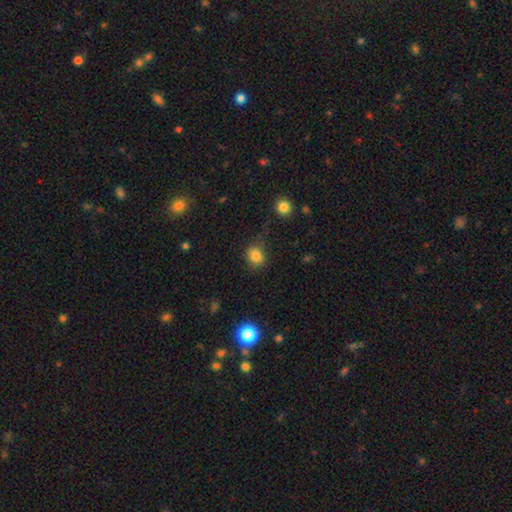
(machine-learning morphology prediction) Smooth or featured?
  - smooth: 82% *
  - star or artifact: 12%
  - featured or disk: 6%
How rounded?
  - round: 65% *
  - in between: 34%
  - cigar-shaped: 1%
Merging?
  - none: 74% *
  - minor disturbance: 18%
  - major disturbance: 5%
  - merger: 3%